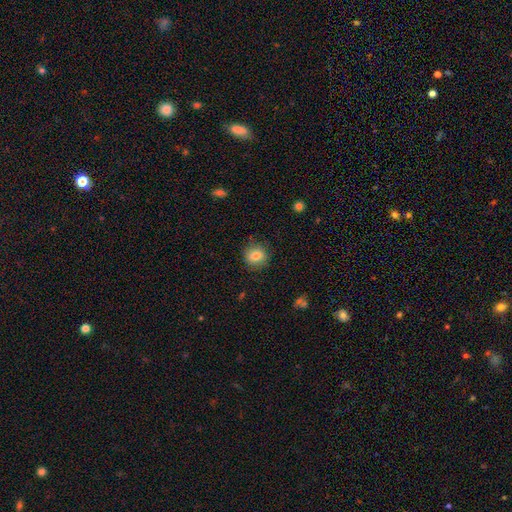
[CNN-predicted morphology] A smooth galaxy with no disk features (83%) that is round (84%). Merging: none (85%).